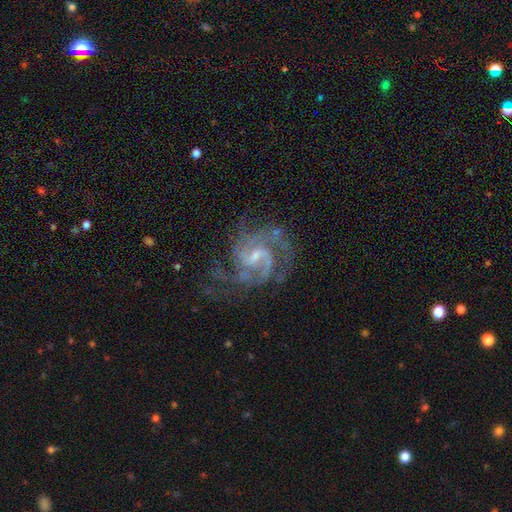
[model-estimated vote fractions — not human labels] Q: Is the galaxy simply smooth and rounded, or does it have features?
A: featured or disk — 91%.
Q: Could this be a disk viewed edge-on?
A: no — 98%.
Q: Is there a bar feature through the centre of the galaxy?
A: weak — 61%.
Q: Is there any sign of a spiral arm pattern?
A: yes — 98%.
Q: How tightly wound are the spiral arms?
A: medium — 55%.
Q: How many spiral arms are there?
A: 2 — 46%.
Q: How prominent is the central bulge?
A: small — 61%.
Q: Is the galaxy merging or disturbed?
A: none — 62%.